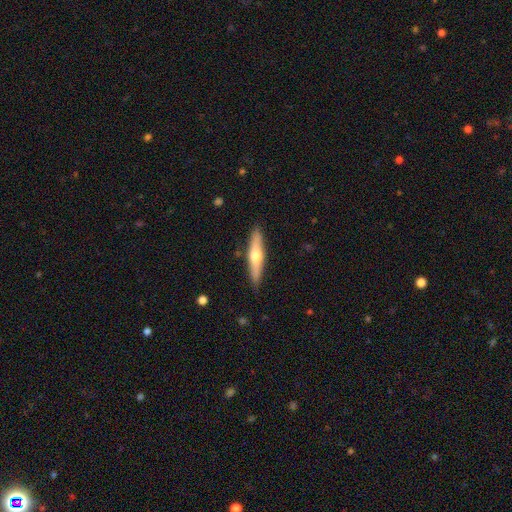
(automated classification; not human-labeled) smooth_or_featured: featured or disk (p=0.49) [alt: smooth p=0.46]
merging: none (p=0.88) [alt: minor disturbance p=0.09]